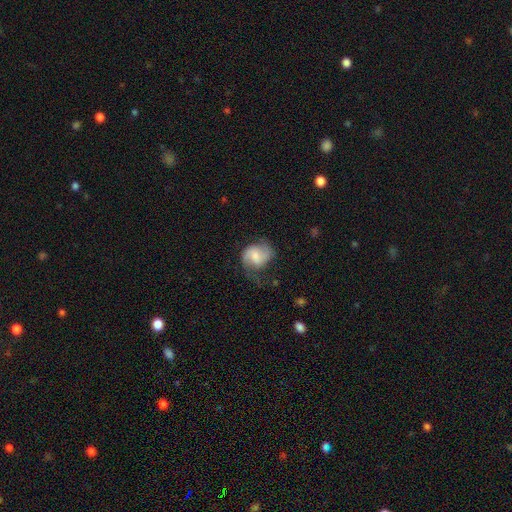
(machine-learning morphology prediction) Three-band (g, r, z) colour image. It shows a featured or disk galaxy (64%) with a weak bar (50%), 2 (81%) medium (47%) spiral arms (92%) and a moderate central bulge (41%). Merging: none (51%).